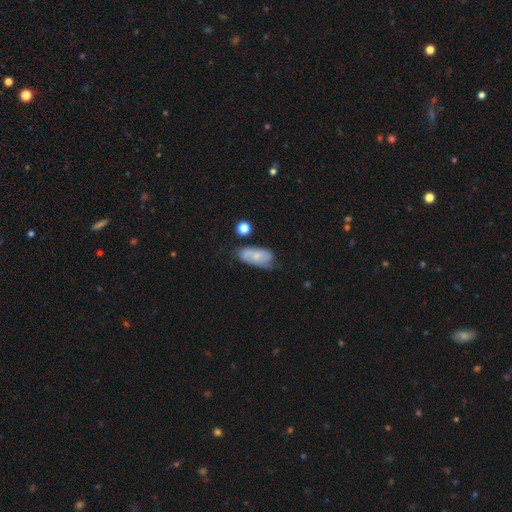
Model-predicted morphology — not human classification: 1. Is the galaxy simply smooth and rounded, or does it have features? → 46% featured or disk (tied), 46% smooth (tied), 8% star or artifact.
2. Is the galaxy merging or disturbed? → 48% none, 32% minor disturbance, 13% major disturbance, 8% merger.